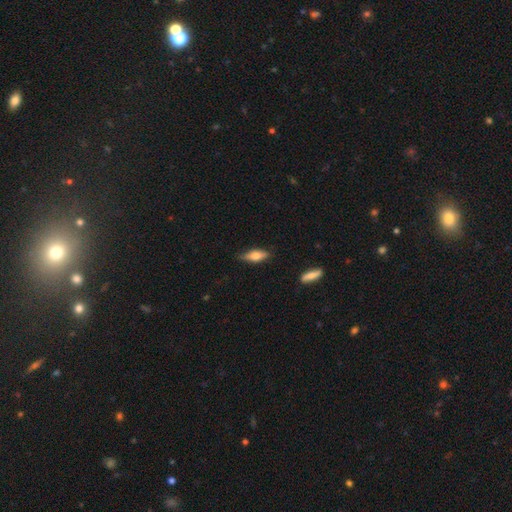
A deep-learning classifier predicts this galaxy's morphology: The model was most divided on "how rounded": in between: 58%, cigar-shaped: 39%, round: 3%. More confident: merging — none (79%); smooth or featured — smooth (61%).